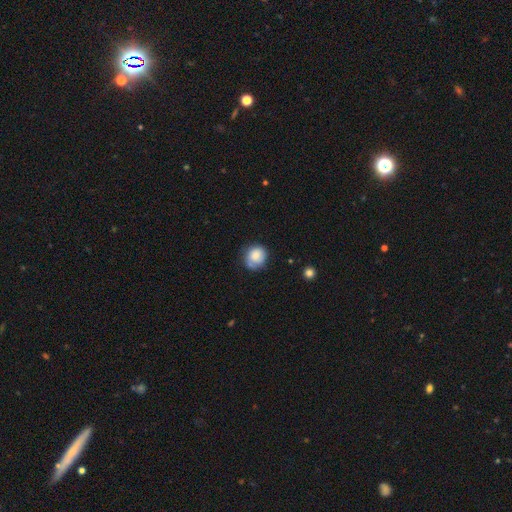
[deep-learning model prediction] Smooth or featured? Predicted: smooth (p=0.76). How rounded? Predicted: round (p=0.79). Merging? Predicted: none (p=0.61).